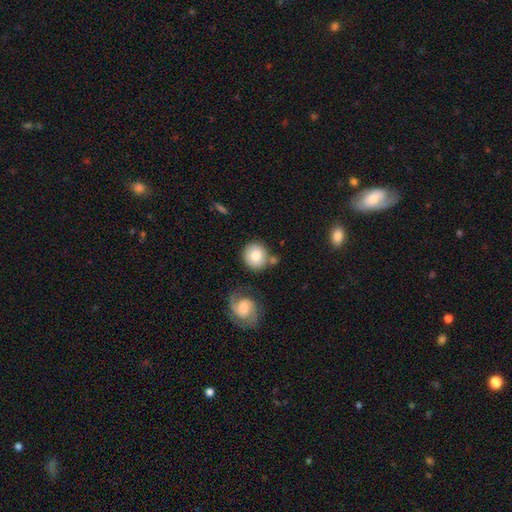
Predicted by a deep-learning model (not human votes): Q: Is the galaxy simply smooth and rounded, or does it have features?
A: smooth — 74%.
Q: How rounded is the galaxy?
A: round — 90%.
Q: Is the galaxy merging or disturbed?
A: none — 72%.